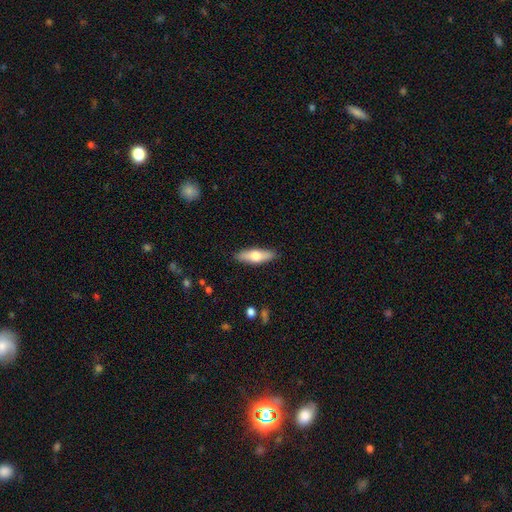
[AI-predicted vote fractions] Smooth or featured: smooth — 60% (featured or disk — 35%)
How rounded: cigar-shaped — 50% (in between — 48%)
Merging: none — 88% (minor disturbance — 9%)